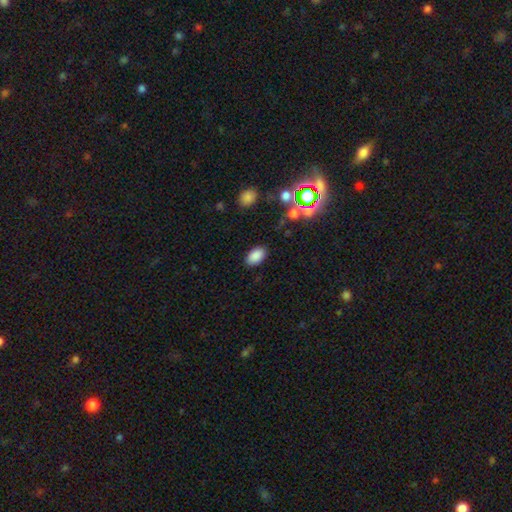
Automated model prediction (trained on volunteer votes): Smooth or featured? smooth (85%)
How rounded? in between (93%)
Merging? none (87%)